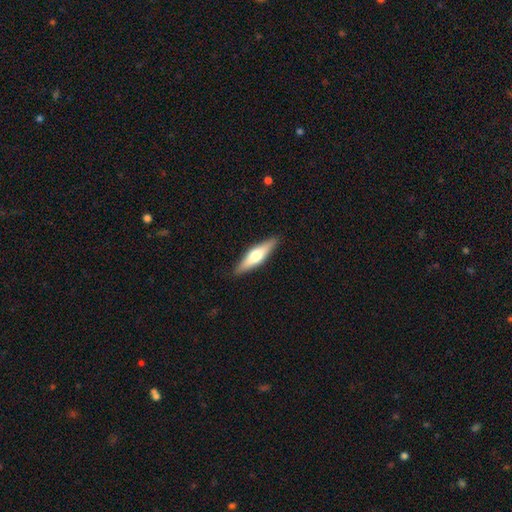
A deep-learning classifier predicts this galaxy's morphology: type=featured or disk (48%); merging=none (90%).